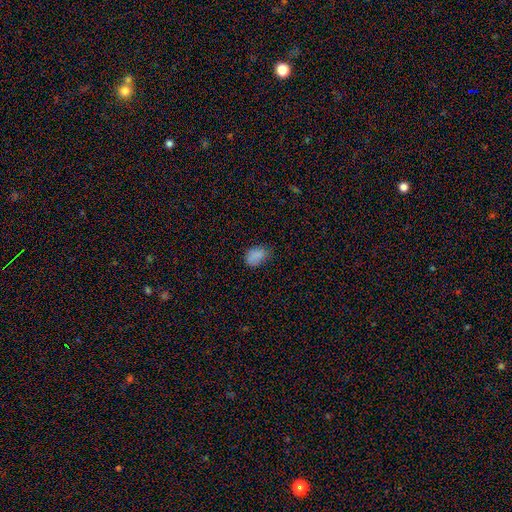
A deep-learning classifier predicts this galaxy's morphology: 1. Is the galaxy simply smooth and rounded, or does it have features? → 83% smooth, 12% star or artifact, 6% featured or disk.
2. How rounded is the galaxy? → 83% in between, 15% round, 1% cigar-shaped.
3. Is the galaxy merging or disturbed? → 66% none, 26% minor disturbance, 6% major disturbance, 2% merger.